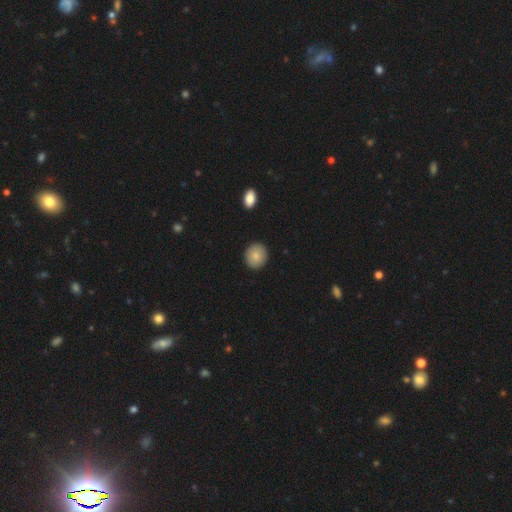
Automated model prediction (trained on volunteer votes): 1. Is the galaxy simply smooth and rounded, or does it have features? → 85% smooth, 7% star or artifact, 7% featured or disk.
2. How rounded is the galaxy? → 83% round, 16% in between, 1% cigar-shaped.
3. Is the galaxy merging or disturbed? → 91% none, 6% minor disturbance, 2% major disturbance, 1% merger.